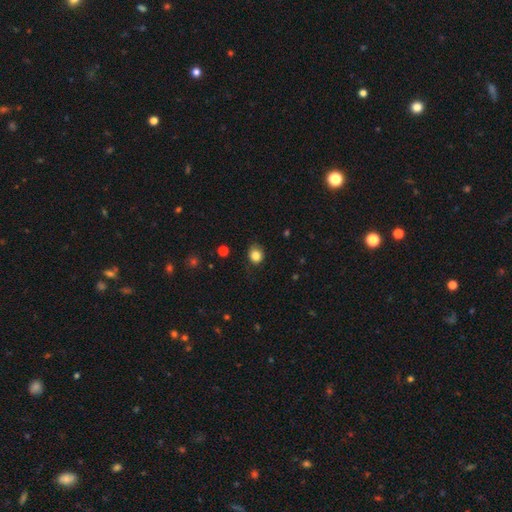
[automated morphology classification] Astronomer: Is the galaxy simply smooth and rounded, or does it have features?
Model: smooth — 84%.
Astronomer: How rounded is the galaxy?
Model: round — 70%.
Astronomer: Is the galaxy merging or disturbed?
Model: none — 77%.